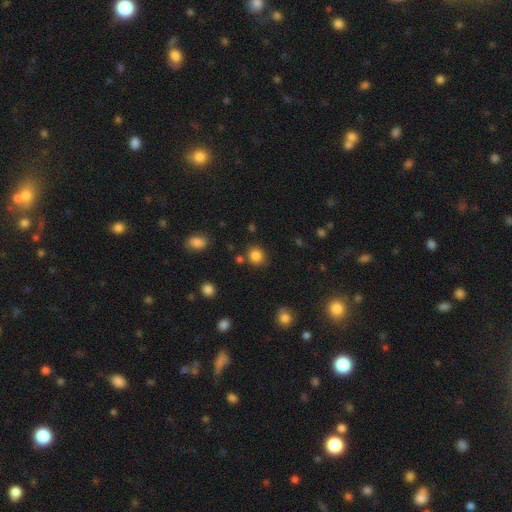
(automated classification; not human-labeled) Smooth or featured? Predicted: smooth (p=0.84). How rounded? Predicted: round (p=0.82). Merging? Predicted: none (p=0.81).